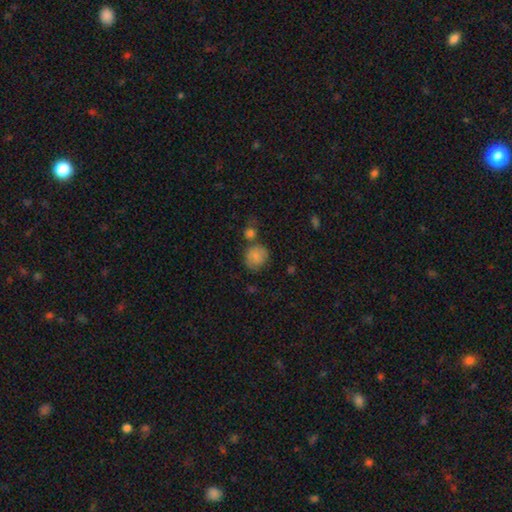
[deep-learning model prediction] The model was most divided on "merging": none: 58%, minor disturbance: 19%, merger: 16%, major disturbance: 7%. More confident: smooth or featured — smooth (81%); how rounded — round (81%).